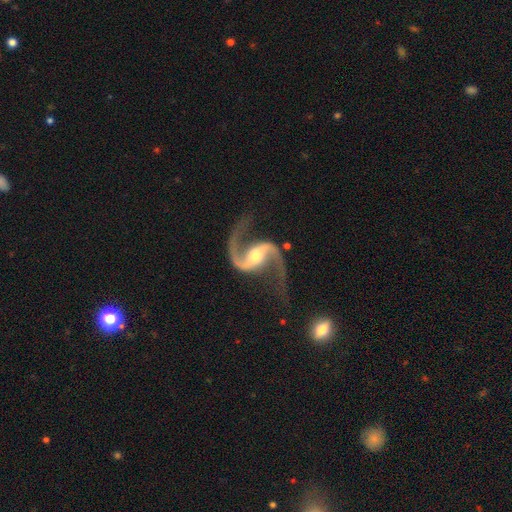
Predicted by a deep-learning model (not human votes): Morphology: type=featured or disk (94%); edge-on=no (98%); bar=weak (37%); spiral arms=yes (99%); winding=loose (60%); arm count=2 (95%); bulge=moderate (66%); merging=none (77%).